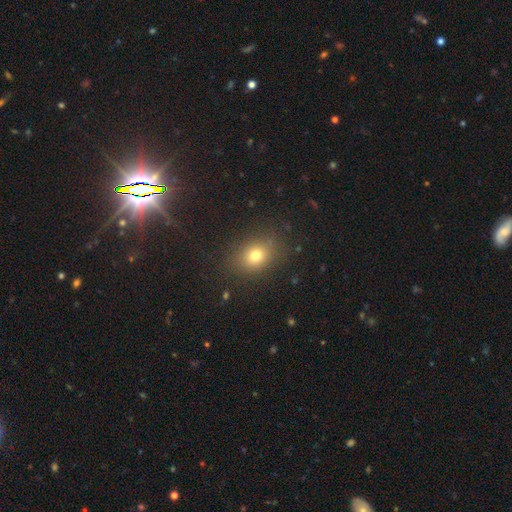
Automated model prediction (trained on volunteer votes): This is likely a smooth galaxy (76%). How rounded: possibly in between (54%). Merging: clearly none (84%).